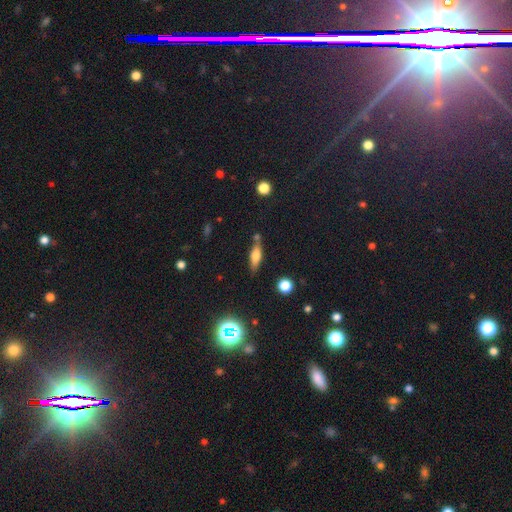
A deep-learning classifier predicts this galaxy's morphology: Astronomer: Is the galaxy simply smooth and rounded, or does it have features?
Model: smooth — 51% (runner-up: featured or disk, 38%).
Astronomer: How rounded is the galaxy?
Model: cigar-shaped — 50% (runner-up: in between, 46%).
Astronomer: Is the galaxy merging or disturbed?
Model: none — 72%.